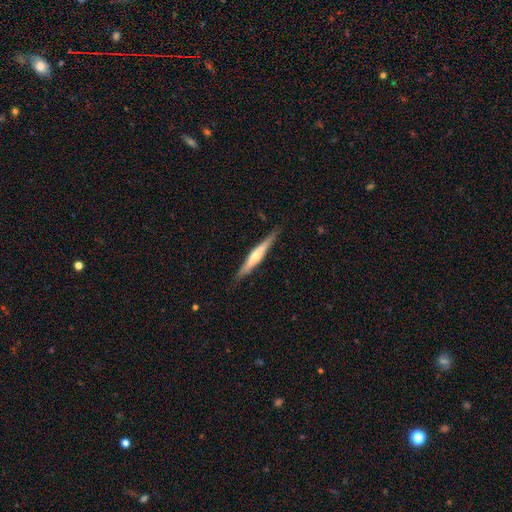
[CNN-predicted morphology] Smooth or featured: featured or disk — 60% (smooth — 35%)
Edge-on disk: yes — 96% (no — 4%)
Edge-on bulge: rounded — 79% (none — 15%)
Merging: none — 87% (minor disturbance — 10%)